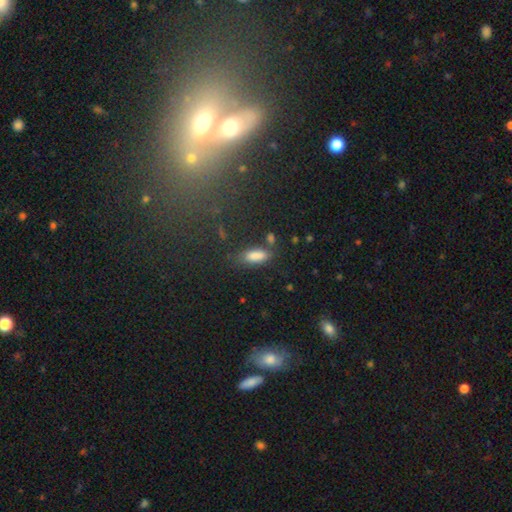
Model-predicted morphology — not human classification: This appears to be a smooth galaxy with no disk features (84%) that is in between round and cigar-shaped (76%). Merging: none (70%).